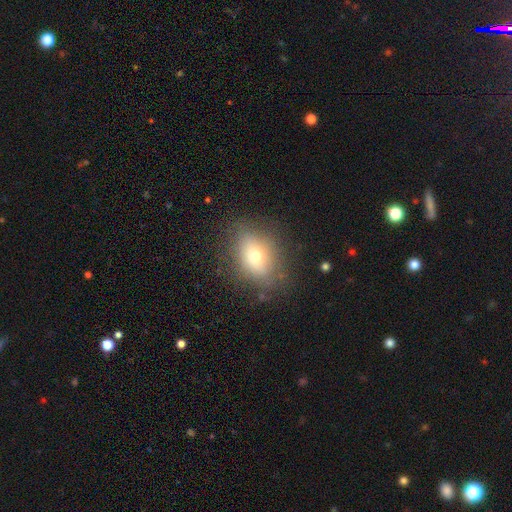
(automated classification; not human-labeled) This is likely a smooth galaxy (65%). How rounded: likely in between (66%). Merging: likely none (77%).